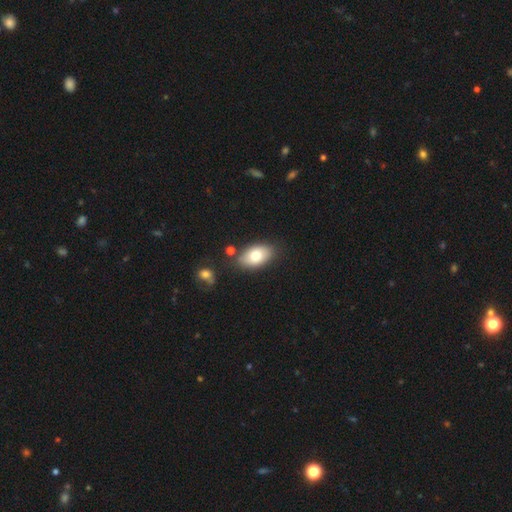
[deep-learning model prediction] This is likely a smooth galaxy (77%). How rounded: clearly in between (92%). Merging: likely none (77%).